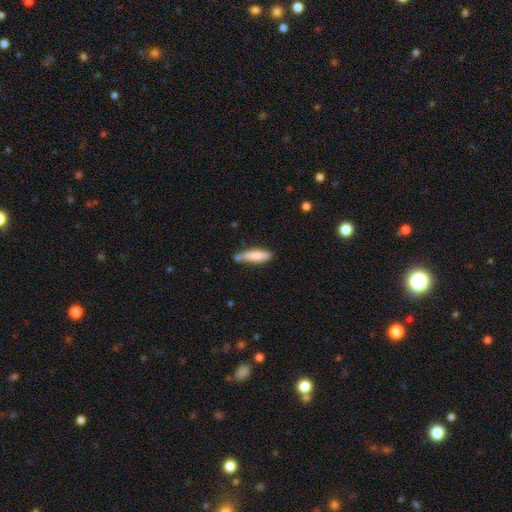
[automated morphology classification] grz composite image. It shows a smooth galaxy with no disk features (78%) that is cigar-shaped (75%). Merging: none (63%).